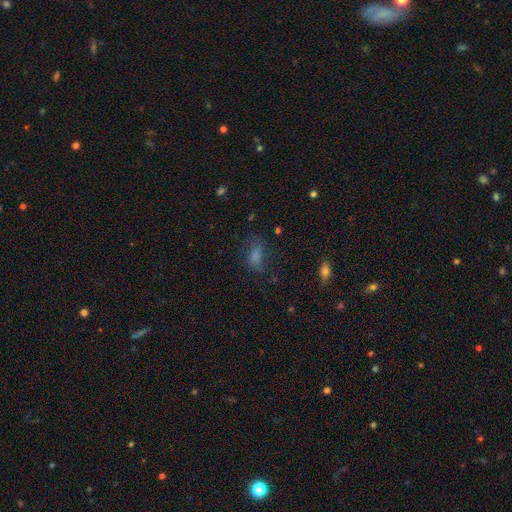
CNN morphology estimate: The model was most divided on "smooth or featured": smooth: 53%, star or artifact: 28%, featured or disk: 19%. More confident: how rounded — in between (77%); merging — none (64%).